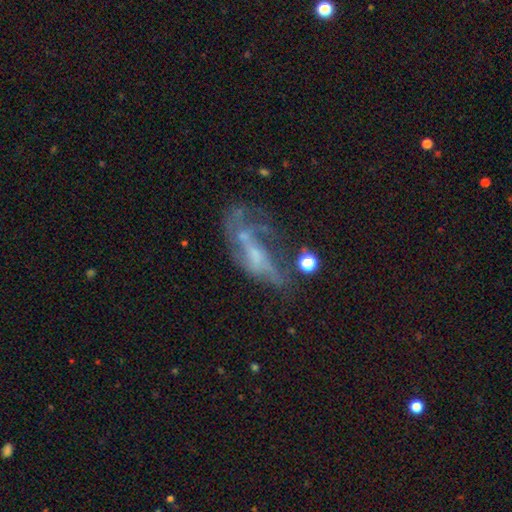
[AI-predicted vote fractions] smooth-or-featured: featured or disk: 66% | smooth: 20% | star or artifact: 14%
  disk-edge-on: no: 91% | yes: 9%
    bar: no: 60% | weak: 29% | strong: 11%
    has-spiral-arms: no: 50% (tied) | yes: 50% (tied)
    bulge-size: small: 41% | none: 35% | moderate: 20% | large: 3% | dominant: 1%
  merging: major disturbance: 39% | none: 31% | minor disturbance: 18% | merger: 11%